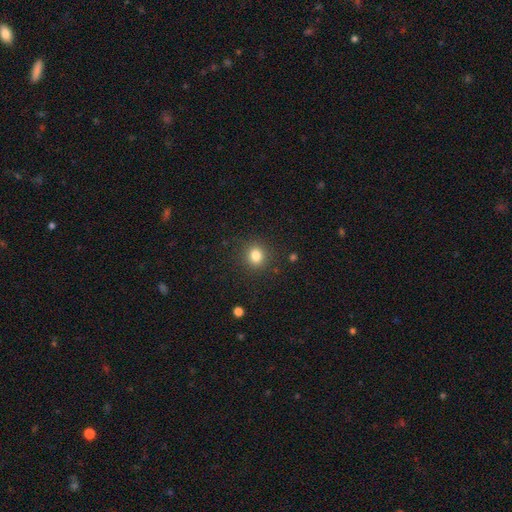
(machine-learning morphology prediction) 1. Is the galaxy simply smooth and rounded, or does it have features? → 83% smooth, 12% star or artifact, 5% featured or disk.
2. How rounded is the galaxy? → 81% round, 18% in between, 1% cigar-shaped.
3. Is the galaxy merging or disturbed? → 89% none, 7% minor disturbance, 3% major disturbance, 1% merger.